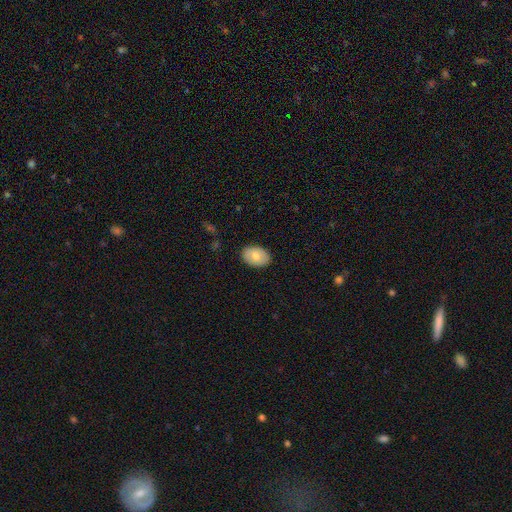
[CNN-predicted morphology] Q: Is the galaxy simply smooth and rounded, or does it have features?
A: smooth — 68%.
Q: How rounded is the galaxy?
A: in between — 81%.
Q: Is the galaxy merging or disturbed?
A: none — 88%.